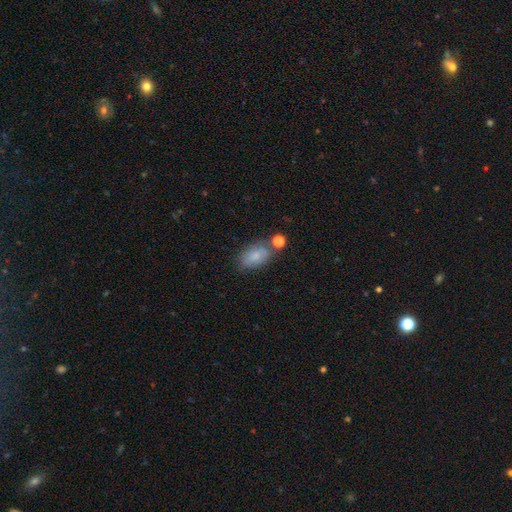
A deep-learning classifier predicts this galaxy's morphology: Smooth or featured? smooth (76%)
How rounded? in between (90%)
Merging? none (59%)